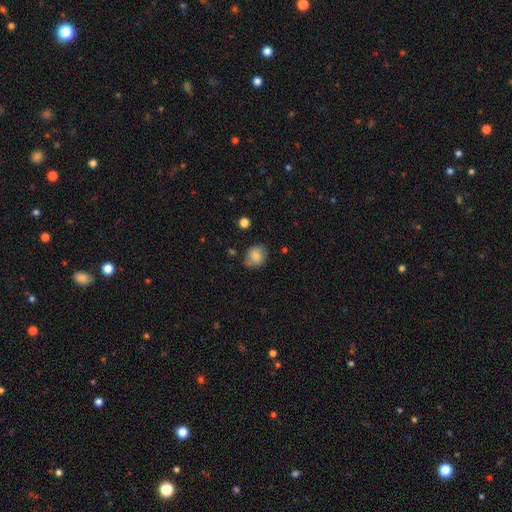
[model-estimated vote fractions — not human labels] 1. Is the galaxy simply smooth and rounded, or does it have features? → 80% smooth, 12% featured or disk, 9% star or artifact.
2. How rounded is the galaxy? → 58% round, 41% in between, 1% cigar-shaped.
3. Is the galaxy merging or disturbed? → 73% none, 20% minor disturbance, 4% major disturbance, 3% merger.